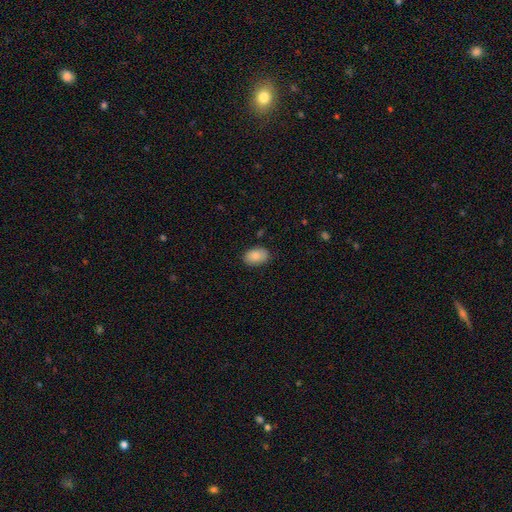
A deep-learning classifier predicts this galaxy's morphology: A smooth galaxy with no disk features (87%) that is in between round and cigar-shaped (88%).

Vote fractions:
- Smooth or featured? smooth: 87% / star or artifact: 7% / featured or disk: 7%
- How rounded? in between: 88% / round: 11% / cigar-shaped: 1%
- Merging? none: 84% / minor disturbance: 12% / major disturbance: 2% / merger: 1%